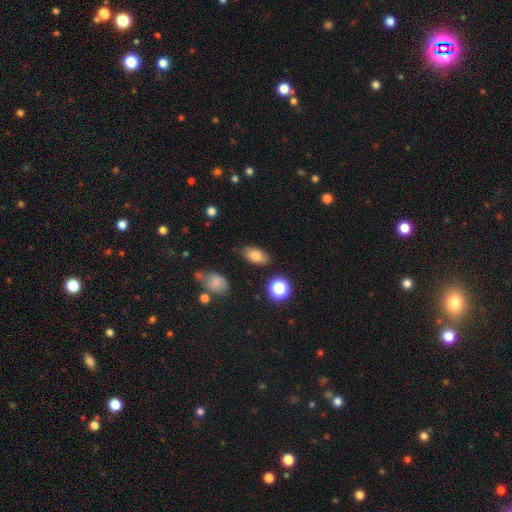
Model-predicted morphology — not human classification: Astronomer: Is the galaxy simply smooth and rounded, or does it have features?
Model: smooth — 82%.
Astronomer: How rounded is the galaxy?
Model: in between — 91%.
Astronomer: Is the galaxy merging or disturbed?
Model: none — 82%.